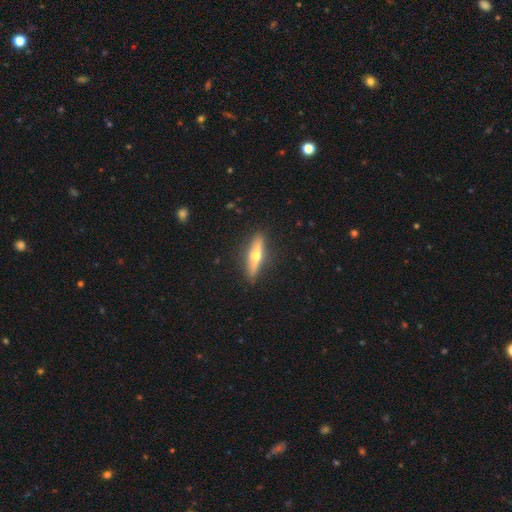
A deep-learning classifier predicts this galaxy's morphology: A featured or disk galaxy (59%) viewed edge-on (93%) with a rounded central bulge (94%). Merging: none (89%).